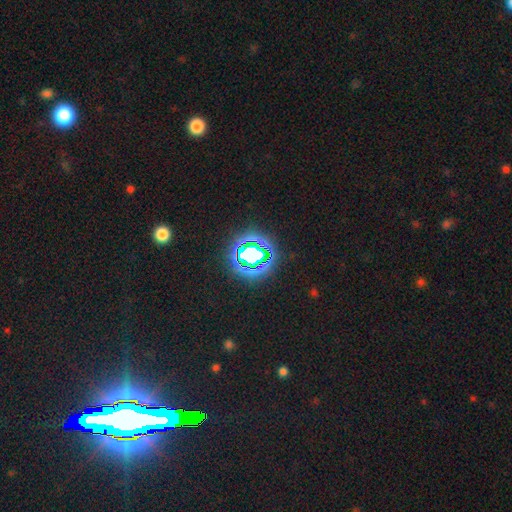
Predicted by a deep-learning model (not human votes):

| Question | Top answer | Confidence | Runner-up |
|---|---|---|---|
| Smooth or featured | star or artifact | 82% | smooth (11%) |